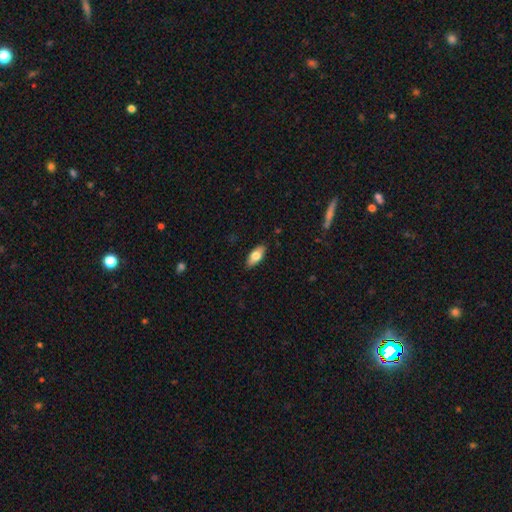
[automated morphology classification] The model was most divided on "smooth or featured": smooth: 74%, featured or disk: 20%, star or artifact: 6%. More confident: merging — none (88%); how rounded — in between (84%).